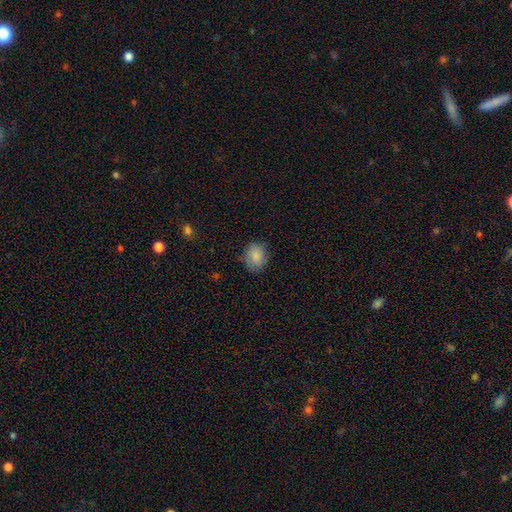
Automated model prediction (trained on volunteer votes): A smooth galaxy with no disk features (85%) that is round (58%).

Vote fractions:
- Smooth or featured? smooth: 85% / star or artifact: 8% / featured or disk: 7%
- How rounded? round: 58% / in between: 41% / cigar-shaped: 1%
- Merging? none: 75% / minor disturbance: 19% / major disturbance: 4% / merger: 1%